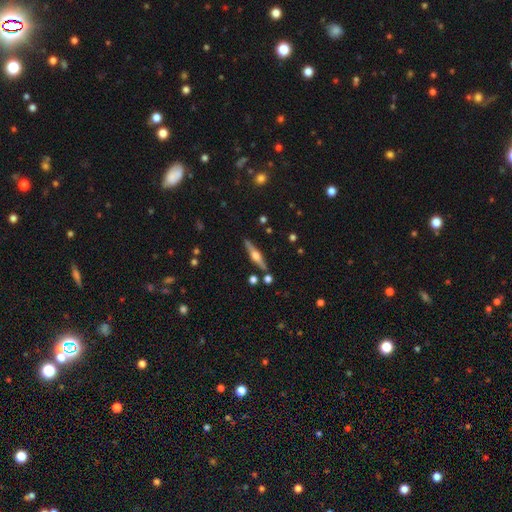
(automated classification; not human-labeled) smooth_or_featured: featured or disk (p=0.75) [alt: smooth p=0.19]
disk_edge_on: yes (p=0.98) [alt: no p=0.02]
edge_on_bulge: rounded (p=0.92) [alt: boxy p=0.06]
merging: none (p=0.87) [alt: minor disturbance p=0.08]